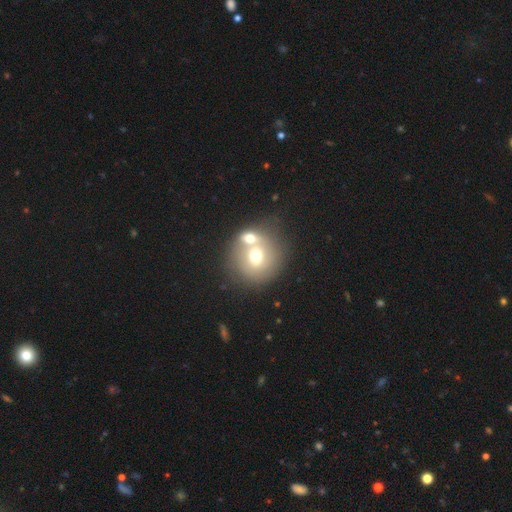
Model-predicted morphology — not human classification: smooth 61%, featured or disk 28%, star or artifact 11%. Down the decision tree: how rounded — round (84%); merging — merger (51%).